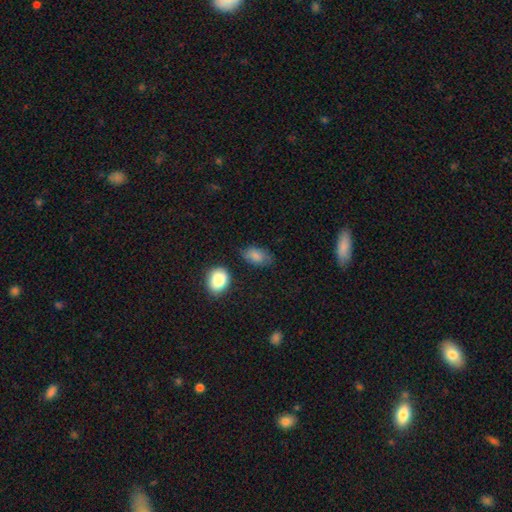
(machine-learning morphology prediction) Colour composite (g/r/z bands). It shows a smooth galaxy with no disk features (83%) that is in between round and cigar-shaped (89%). Merging: none (68%).